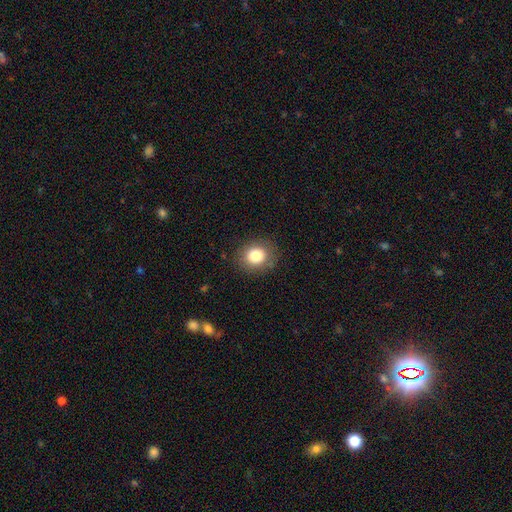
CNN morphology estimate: A smooth galaxy with no disk features (81%) that is round (72%).

Vote fractions:
- Smooth or featured? smooth: 81% / star or artifact: 10% / featured or disk: 9%
- How rounded? round: 72% / in between: 27% / cigar-shaped: 1%
- Merging? none: 85% / minor disturbance: 10% / major disturbance: 4% / merger: 1%